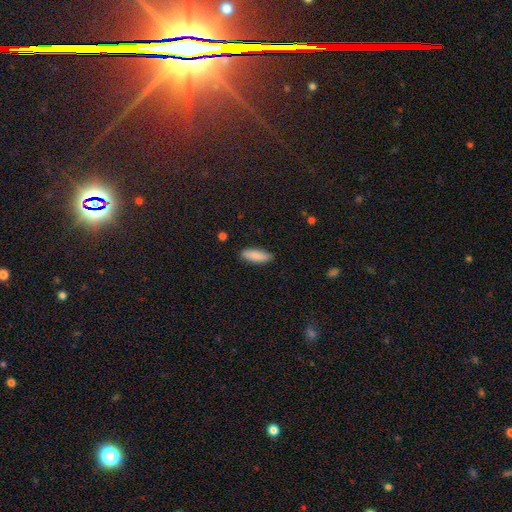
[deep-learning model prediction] This is clearly a smooth galaxy (88%). How rounded: likely in between (65%). Merging: clearly none (87%).